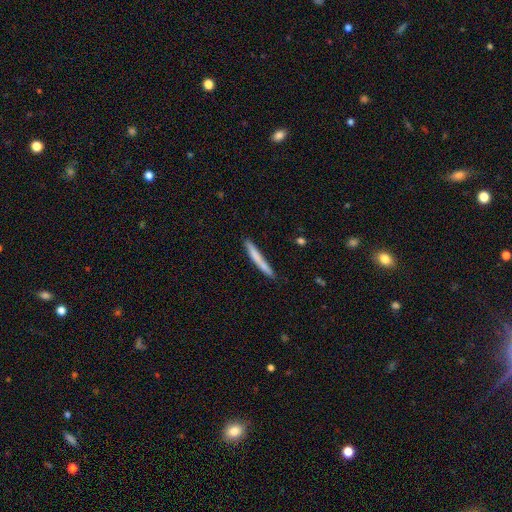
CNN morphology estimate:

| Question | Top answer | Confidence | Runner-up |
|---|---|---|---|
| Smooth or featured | smooth | 73% | featured or disk (21%) |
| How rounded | cigar-shaped | 96% | in between (3%) |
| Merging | none | 83% | minor disturbance (13%) |